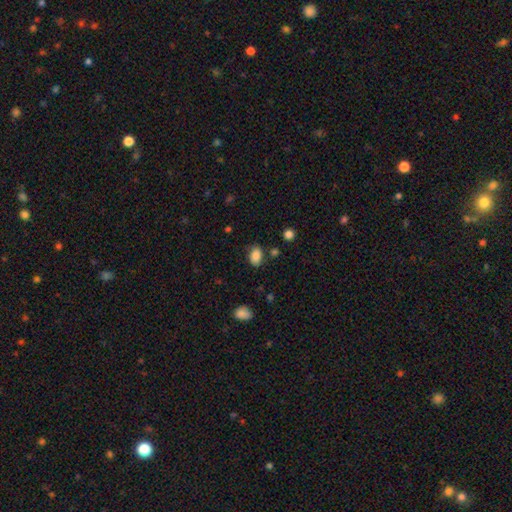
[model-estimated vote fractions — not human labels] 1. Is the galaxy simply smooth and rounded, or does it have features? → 84% smooth, 9% star or artifact, 7% featured or disk.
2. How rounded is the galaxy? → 81% in between, 17% round, 1% cigar-shaped.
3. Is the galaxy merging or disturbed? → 73% none, 19% minor disturbance, 5% major disturbance, 3% merger.